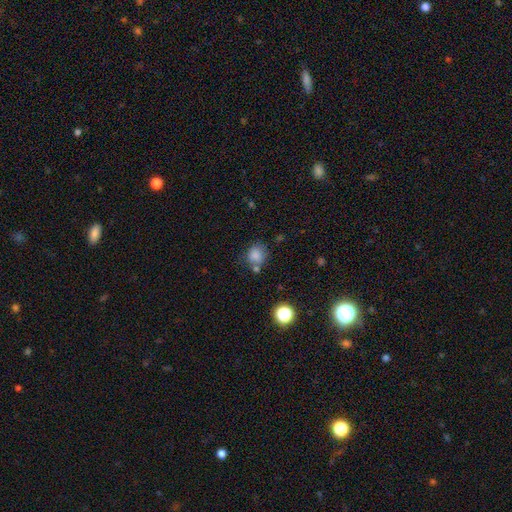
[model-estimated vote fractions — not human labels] Smooth or featured: smooth — 82% (star or artifact — 12%)
How rounded: round — 75% (in between — 24%)
Merging: none — 64% (minor disturbance — 18%)